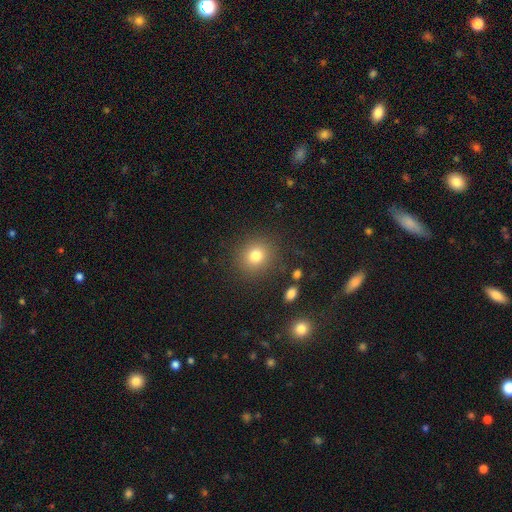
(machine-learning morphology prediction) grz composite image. It shows a smooth galaxy with no disk features (79%) that is round (84%). Merging: none (87%).